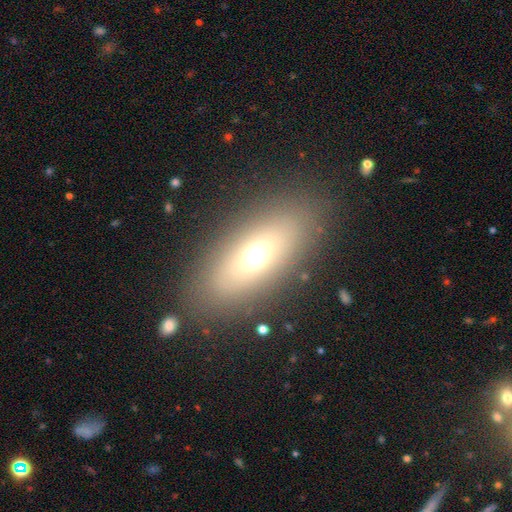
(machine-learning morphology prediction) A smooth galaxy with no disk features (59%) that is in between round and cigar-shaped (76%). Merging: none (84%).